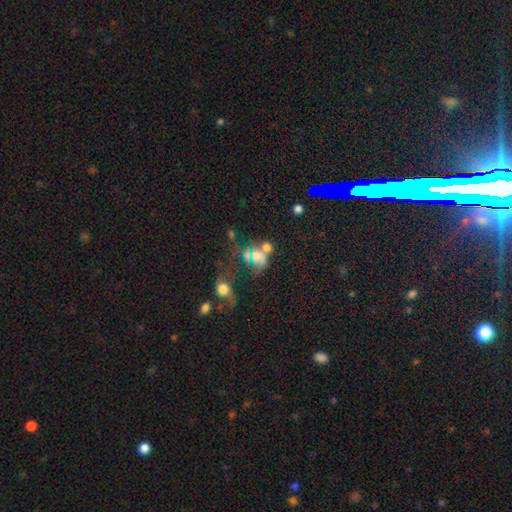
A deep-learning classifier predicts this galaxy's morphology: smooth_or_featured: smooth (p=0.53) [alt: star or artifact p=0.23]
how_rounded: round (p=0.50) [alt: in between p=0.48]
merging: merger (p=0.48) [alt: none p=0.23]